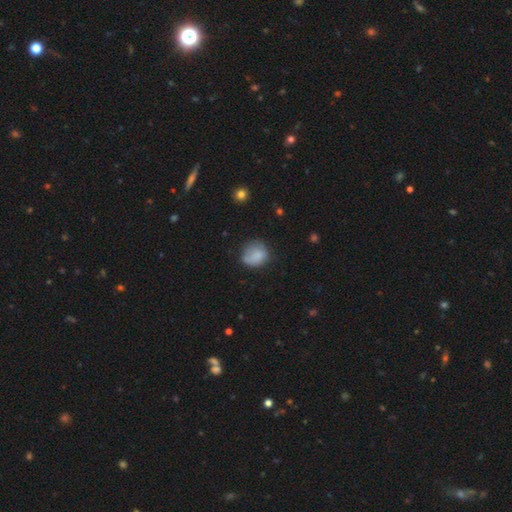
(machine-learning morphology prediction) smooth_or_featured: smooth (p=0.78) [alt: featured or disk p=0.13]
how_rounded: round (p=0.72) [alt: in between p=0.27]
merging: none (p=0.54) [alt: minor disturbance p=0.30]